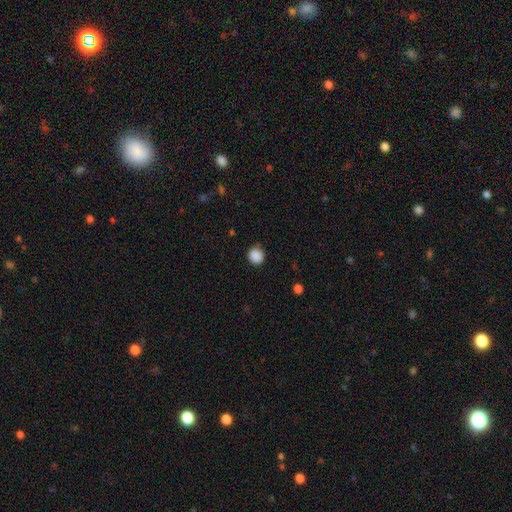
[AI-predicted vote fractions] A smooth galaxy with no disk features (88%) that is round (85%). Merging: none (86%).